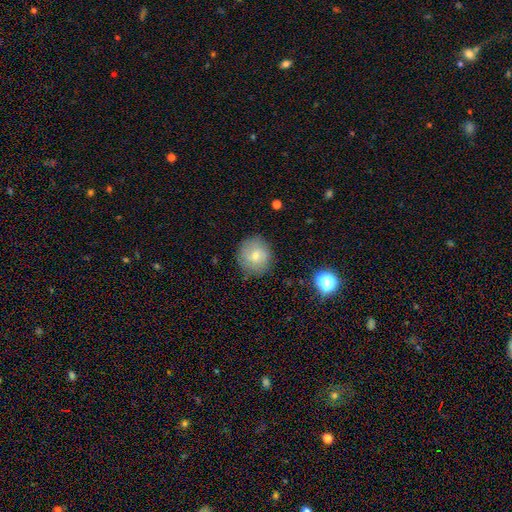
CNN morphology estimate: smooth_or_featured: smooth (p=0.60) [alt: featured or disk p=0.28]
how_rounded: round (p=0.93) [alt: in between p=0.06]
merging: none (p=0.85) [alt: minor disturbance p=0.11]